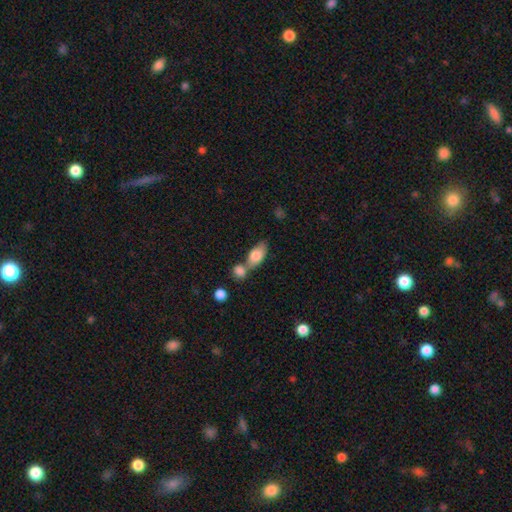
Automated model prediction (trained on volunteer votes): Smooth or featured? smooth (80%)
How rounded? in between (87%)
Merging? merger (53%)